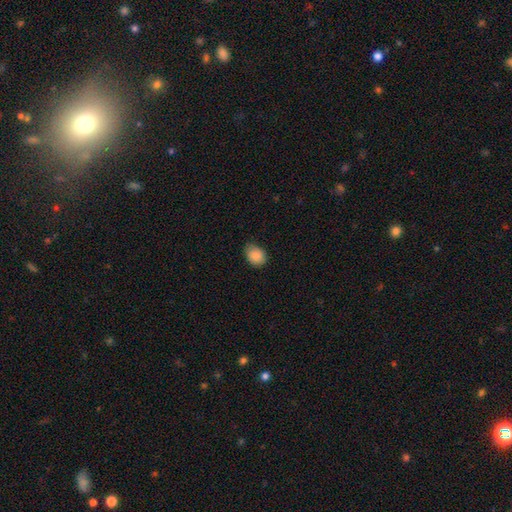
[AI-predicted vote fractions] The model was most divided on "how rounded": in between: 60%, round: 39%, cigar-shaped: 1%. More confident: smooth or featured — smooth (88%); merging — none (74%).